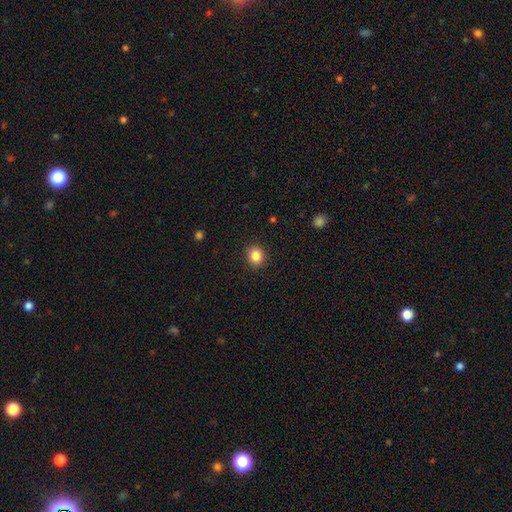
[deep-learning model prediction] Q: Smooth or featured?
A: smooth (85%); runner-up: star or artifact (10%)
Q: How rounded?
A: round (83%); runner-up: in between (16%)
Q: Merging?
A: none (91%); runner-up: minor disturbance (6%)